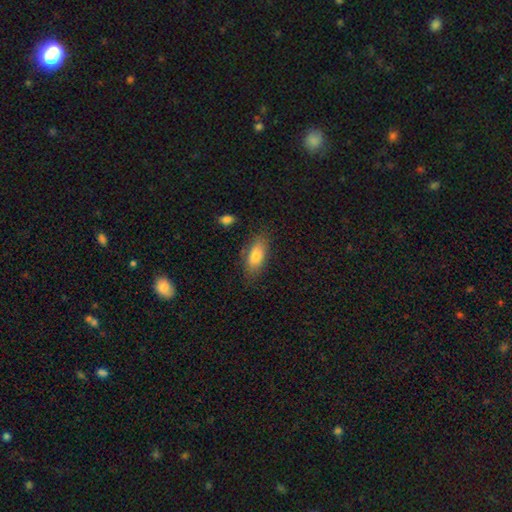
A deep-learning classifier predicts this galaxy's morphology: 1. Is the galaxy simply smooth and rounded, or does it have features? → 79% smooth, 13% featured or disk, 7% star or artifact.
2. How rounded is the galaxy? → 85% in between, 12% cigar-shaped, 3% round.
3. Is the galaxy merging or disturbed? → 75% none, 17% minor disturbance, 5% major disturbance, 3% merger.